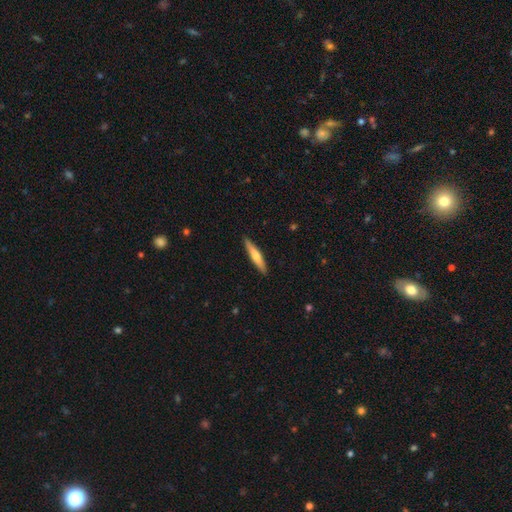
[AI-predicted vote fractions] A smooth galaxy with no disk features (54%) that is cigar-shaped (90%).

Vote fractions:
- Smooth or featured? smooth: 54% / featured or disk: 41% / star or artifact: 5%
- How rounded? cigar-shaped: 90% / in between: 8% / round: 1%
- Merging? none: 90% / minor disturbance: 7% / major disturbance: 1% / merger: 1%